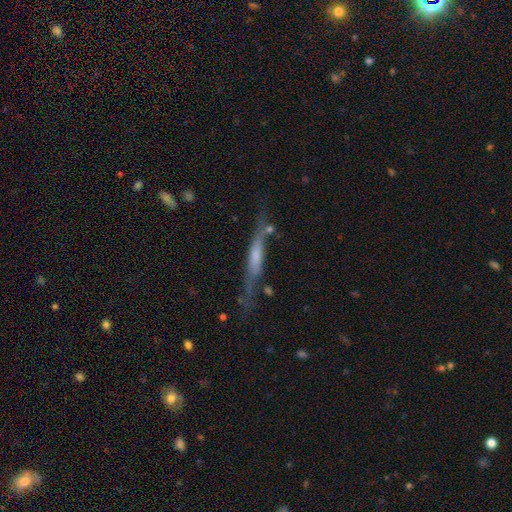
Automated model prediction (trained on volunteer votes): A featured or disk galaxy (62%) viewed edge-on (86%) with no central bulge (40%). Merging: none (62%).